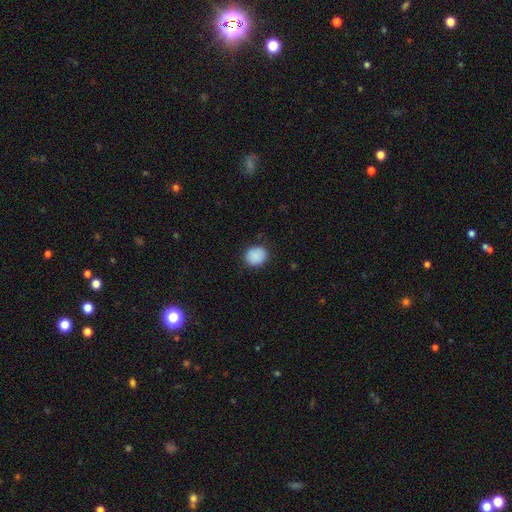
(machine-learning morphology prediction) Smooth or featured: smooth — 89% (star or artifact — 8%)
How rounded: round — 71% (in between — 28%)
Merging: none — 85% (minor disturbance — 11%)